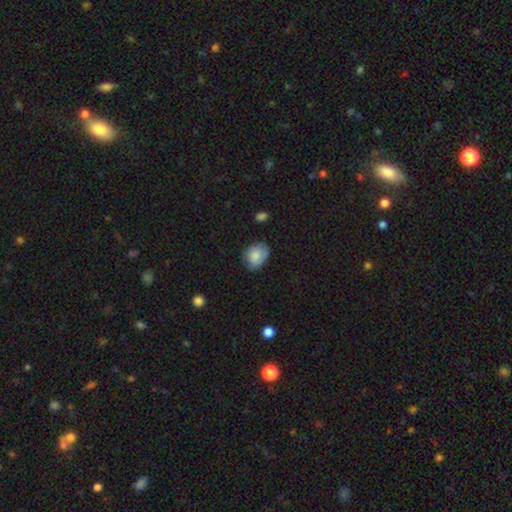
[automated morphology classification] smooth 82%, featured or disk 11%, star or artifact 8%. Down the decision tree: how rounded — in between (55%); merging — none (64%).